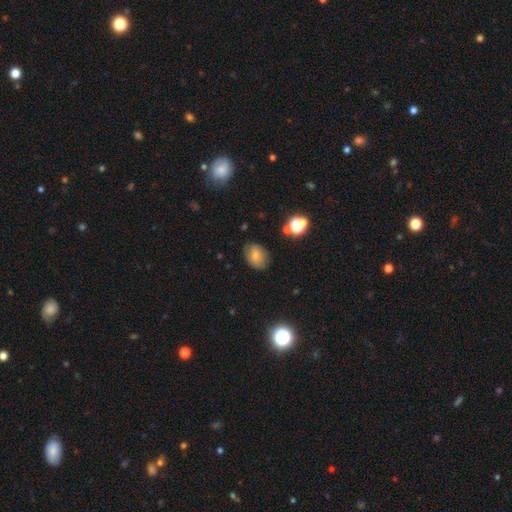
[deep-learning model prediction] Morphology: type=smooth (73%); roundness=in between (71%); merging=none (77%).